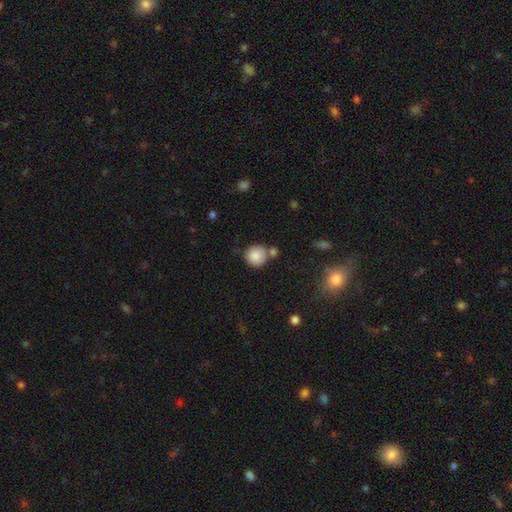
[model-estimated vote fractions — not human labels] Smooth or featured? Predicted: smooth (p=0.85). How rounded? Predicted: round (p=0.92). Merging? Predicted: none (p=0.64).